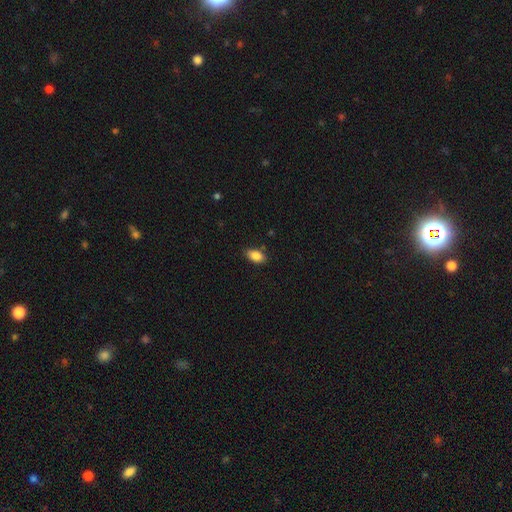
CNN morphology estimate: smooth_or_featured: smooth (p=0.86) [alt: star or artifact p=0.08]
how_rounded: in between (p=0.91) [alt: round p=0.06]
merging: none (p=0.82) [alt: minor disturbance p=0.14]